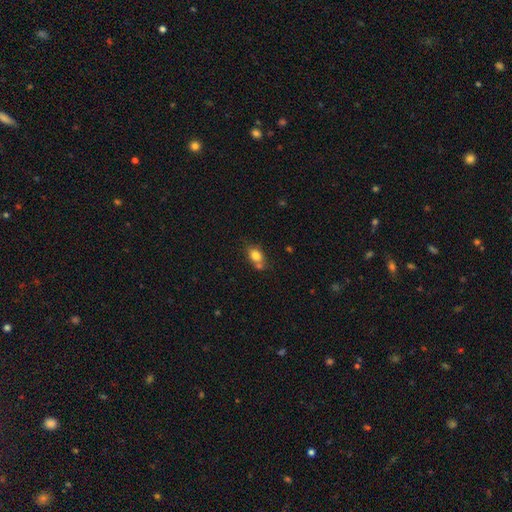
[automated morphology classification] This appears to be a smooth galaxy with no disk features (79%) that is in between round and cigar-shaped (68%). Merging: none (53%).